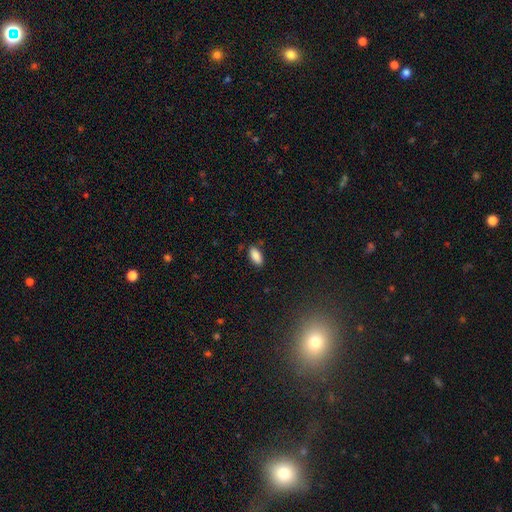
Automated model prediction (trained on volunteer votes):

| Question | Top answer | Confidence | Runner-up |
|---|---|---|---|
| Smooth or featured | smooth | 88% | star or artifact (8%) |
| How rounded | in between | 89% | cigar-shaped (9%) |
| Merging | none | 85% | minor disturbance (11%) |